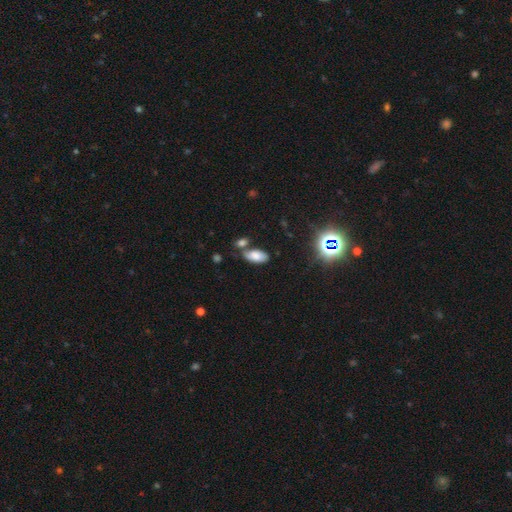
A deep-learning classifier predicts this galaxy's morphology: The model was most divided on "merging": none: 57%, merger: 22%, minor disturbance: 16%, major disturbance: 5%. More confident: how rounded — in between (92%); smooth or featured — smooth (76%).